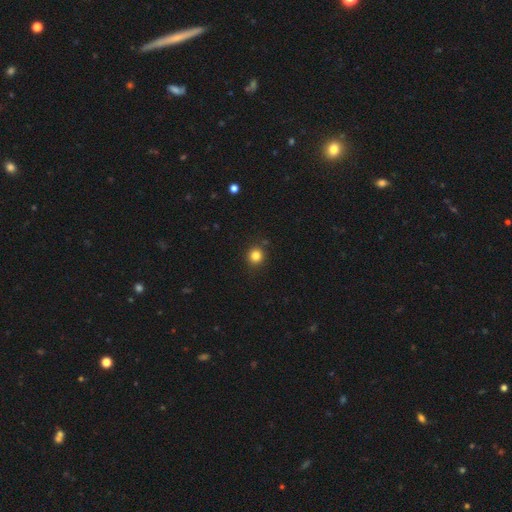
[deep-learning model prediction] The model was most divided on "smooth or featured": smooth: 83%, star or artifact: 12%, featured or disk: 5%. More confident: how rounded — round (89%); merging — none (88%).